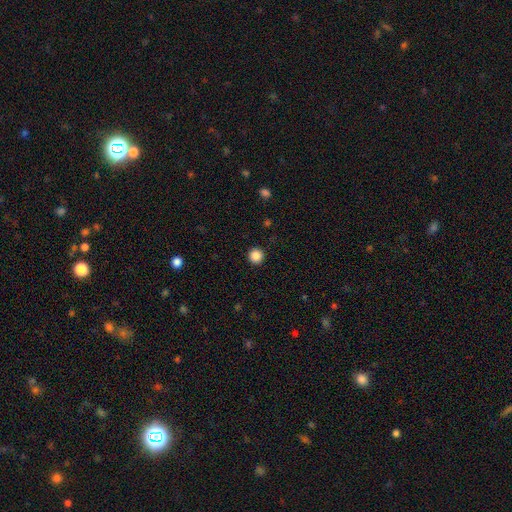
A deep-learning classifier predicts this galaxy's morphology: Smooth or featured?
  - smooth: 87% *
  - star or artifact: 10%
  - featured or disk: 3%
How rounded?
  - round: 96% *
  - in between: 3%
  - cigar-shaped: 1%
Merging?
  - none: 93% *
  - minor disturbance: 4%
  - major disturbance: 2%
  - merger: 1%